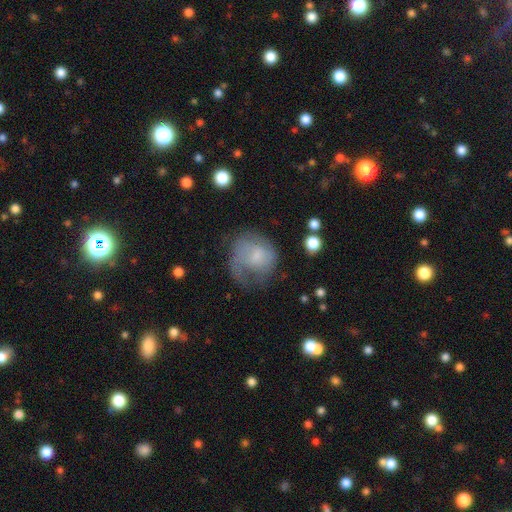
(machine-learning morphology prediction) Smooth or featured: smooth — 46% (featured or disk — 45%)
Merging: none — 39% (major disturbance — 34%)